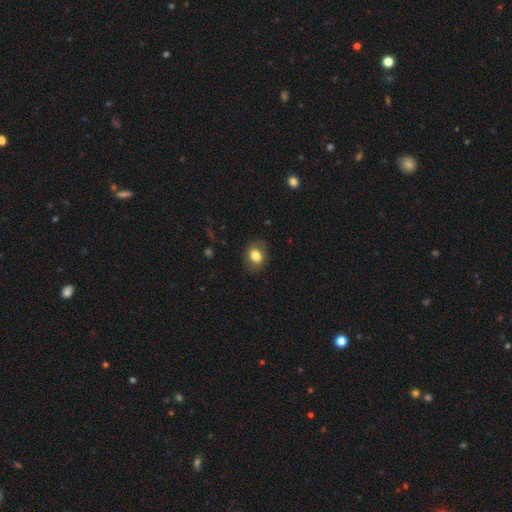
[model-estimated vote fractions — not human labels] smooth-or-featured: smooth: 81% | featured or disk: 10% | star or artifact: 9%
  how-rounded: in between: 53% | round: 46% | cigar-shaped: 1%
  merging: none: 83% | minor disturbance: 12% | major disturbance: 4% | merger: 1%